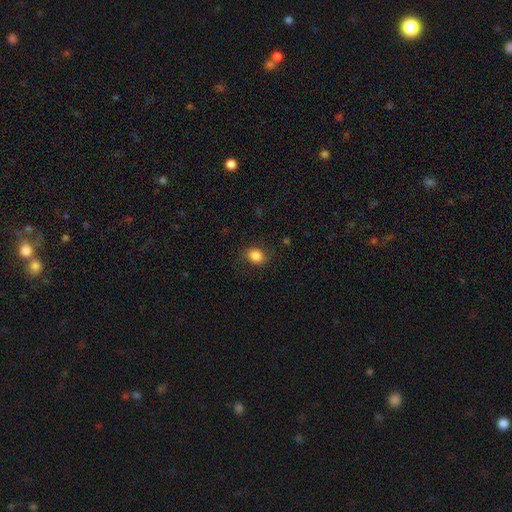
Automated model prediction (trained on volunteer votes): This appears to be a smooth galaxy with no disk features (85%) that is in between round and cigar-shaped (54%). Merging: none (81%).